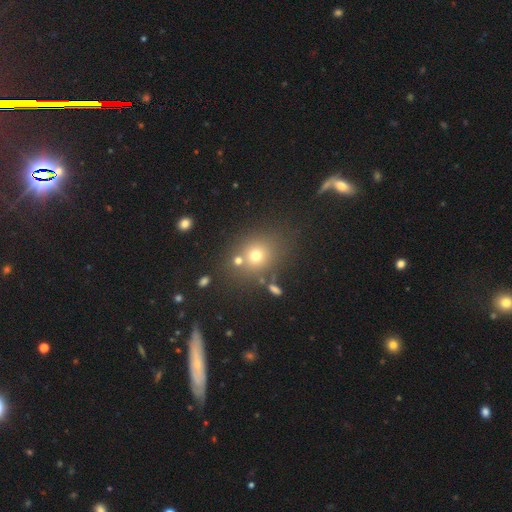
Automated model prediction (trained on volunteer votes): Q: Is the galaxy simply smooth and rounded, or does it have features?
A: smooth — 67%.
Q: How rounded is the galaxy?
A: round — 69%.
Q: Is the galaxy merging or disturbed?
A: none — 69%.